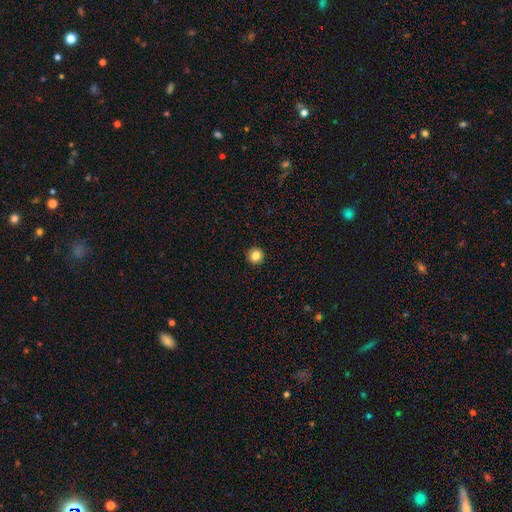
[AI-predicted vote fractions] A smooth galaxy with no disk features (84%) that is round (95%).

Vote fractions:
- Smooth or featured? smooth: 84% / star or artifact: 10% / featured or disk: 5%
- How rounded? round: 95% / in between: 4% / cigar-shaped: 1%
- Merging? none: 94% / minor disturbance: 4% / major disturbance: 1% / merger: 1%